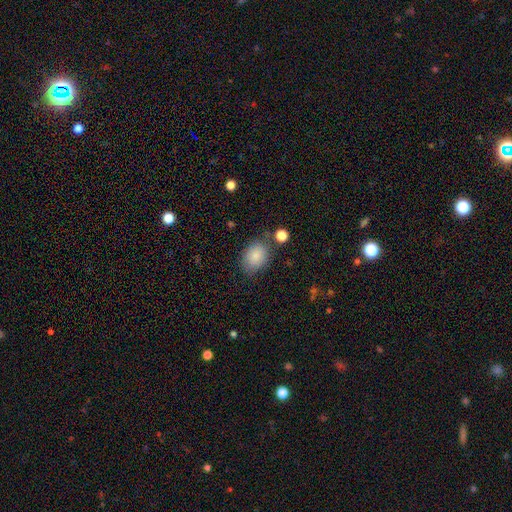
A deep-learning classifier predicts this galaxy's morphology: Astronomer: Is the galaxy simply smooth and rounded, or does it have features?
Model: smooth — 85%.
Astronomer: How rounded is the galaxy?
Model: in between — 70%.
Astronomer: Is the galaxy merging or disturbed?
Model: none — 74%.